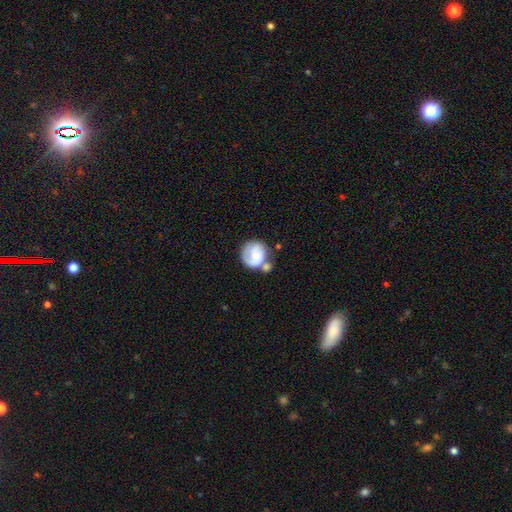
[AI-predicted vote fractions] smooth 48%, featured or disk 45%, star or artifact 7%. Down the decision tree: merging — none (42%).